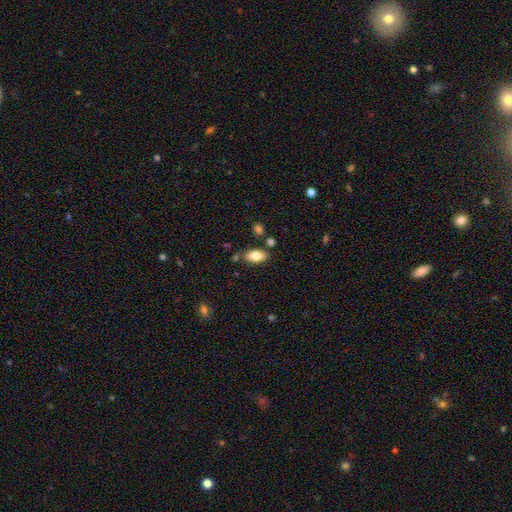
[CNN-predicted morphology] Smooth or featured?
  - smooth: 80% *
  - featured or disk: 13%
  - star or artifact: 7%
How rounded?
  - in between: 91% *
  - cigar-shaped: 6%
  - round: 3%
Merging?
  - none: 78% *
  - minor disturbance: 13%
  - merger: 6%
  - major disturbance: 3%